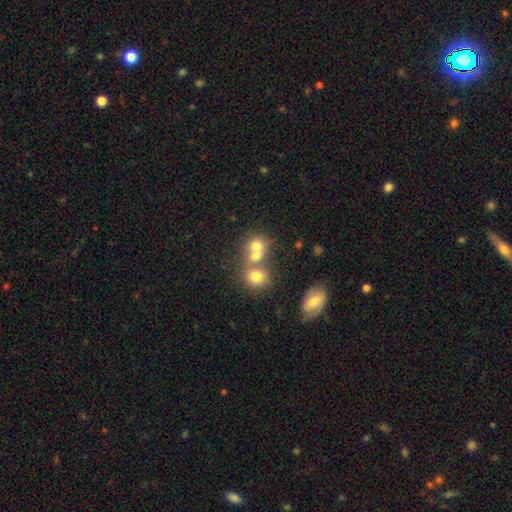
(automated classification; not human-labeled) This is likely a smooth galaxy (71%). How rounded: likely round (76%). Merging: possibly merger (56%).